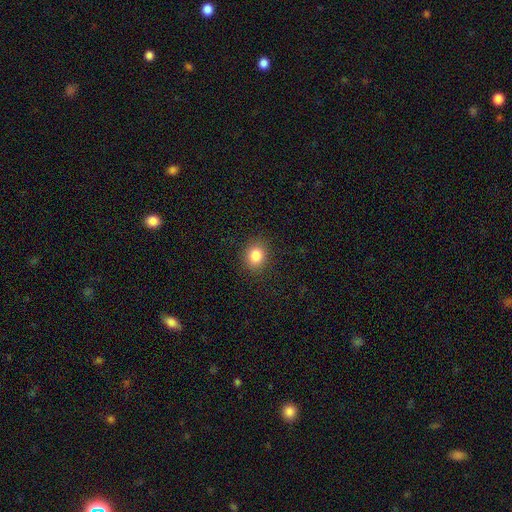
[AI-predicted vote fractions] Smooth or featured? Predicted: smooth (p=0.85). How rounded? Predicted: round (p=0.65). Merging? Predicted: none (p=0.89).